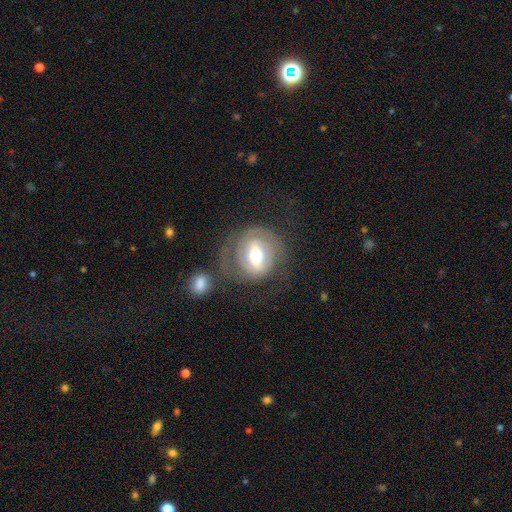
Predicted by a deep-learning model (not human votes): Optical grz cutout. It shows a featured or disk galaxy (66%) with a strong bar (44%), spiral arms (66%) and a moderate central bulge (71%). Merging: none (54%).